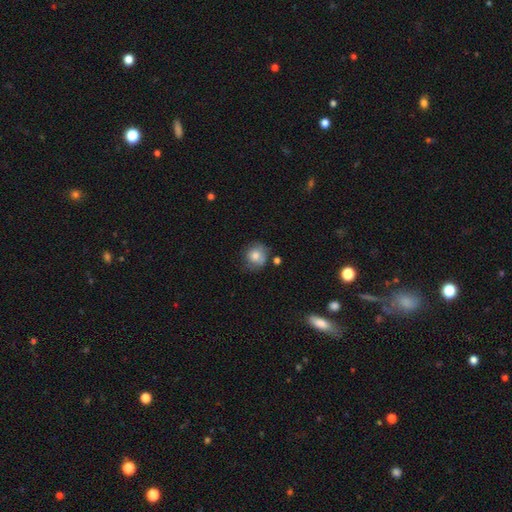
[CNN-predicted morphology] Q: Smooth or featured?
A: smooth (75%); runner-up: featured or disk (17%)
Q: How rounded?
A: round (85%); runner-up: in between (14%)
Q: Merging?
A: none (61%); runner-up: minor disturbance (25%)